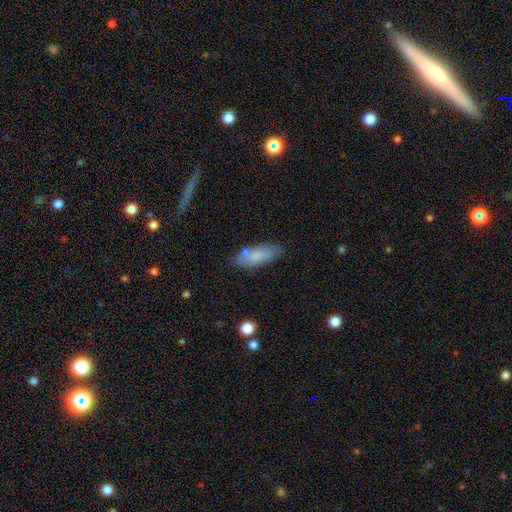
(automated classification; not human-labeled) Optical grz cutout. It shows a smooth galaxy with no disk features (78%) that is in between round and cigar-shaped (72%). Merging: none (74%).